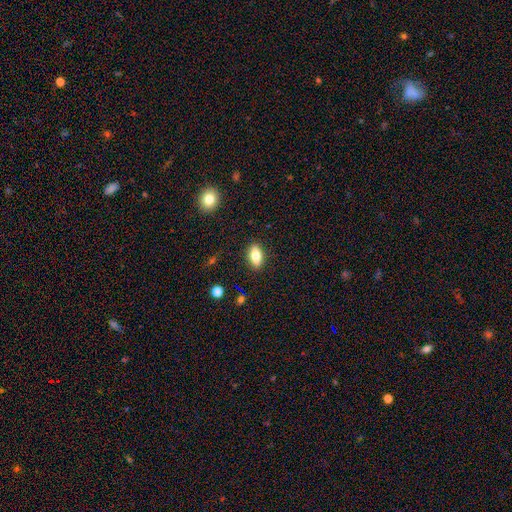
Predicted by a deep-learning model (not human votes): Smooth or featured? Predicted: smooth (p=0.75). How rounded? Predicted: in between (p=0.83). Merging? Predicted: none (p=0.87).